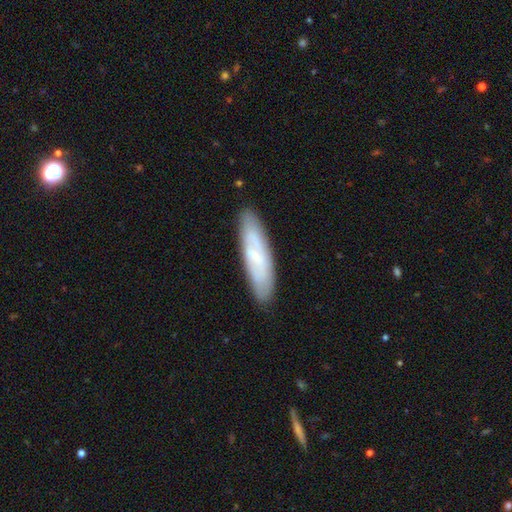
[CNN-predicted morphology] smooth-or-featured: smooth: 51% | featured or disk: 42% | star or artifact: 7%
  how-rounded: cigar-shaped: 70% | in between: 29% | round: 2%
  merging: none: 85% | minor disturbance: 11% | major disturbance: 2% | merger: 1%